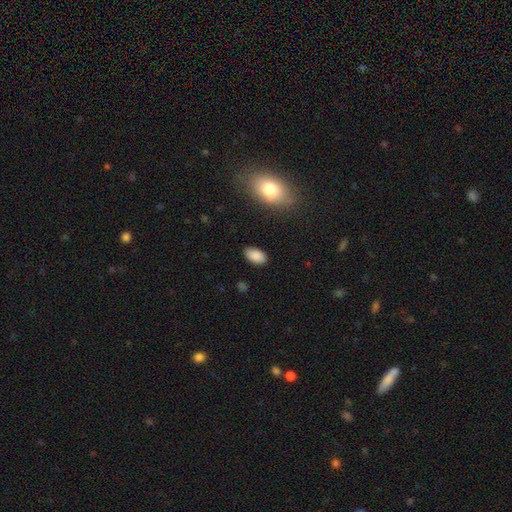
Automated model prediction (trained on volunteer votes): smooth-or-featured: smooth: 88% | star or artifact: 8% | featured or disk: 4%
  how-rounded: in between: 94% | round: 4% | cigar-shaped: 2%
  merging: none: 86% | minor disturbance: 11% | major disturbance: 2% | merger: 1%